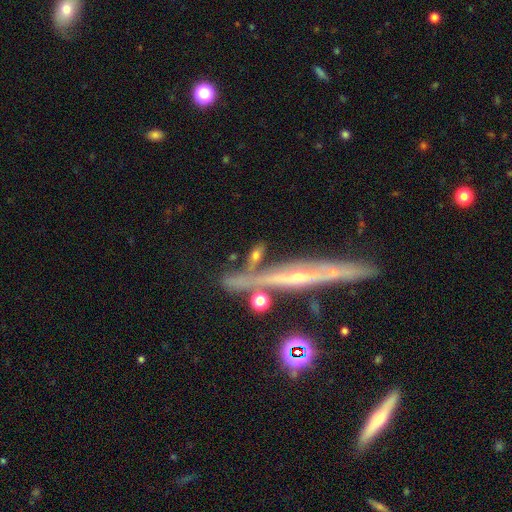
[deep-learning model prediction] Morphology: type=smooth (49%); merging=none (57%).